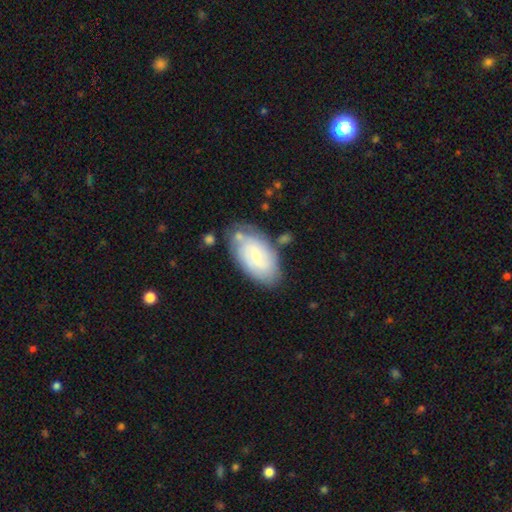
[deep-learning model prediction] Smooth or featured? Predicted: featured or disk (p=0.51). Edge-on disk? Predicted: no (p=0.94). Merging? Predicted: none (p=0.67).